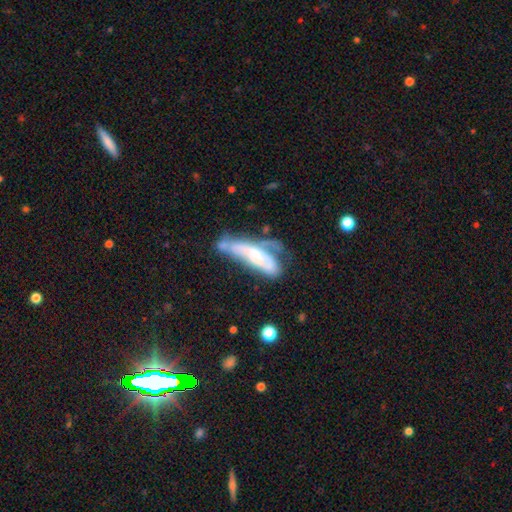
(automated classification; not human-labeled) Q: Smooth or featured?
A: featured or disk (58%); runner-up: smooth (35%)
Q: Edge-on disk?
A: no (70%); runner-up: yes (30%)
Q: Merging?
A: major disturbance (34%); runner-up: none (25%)